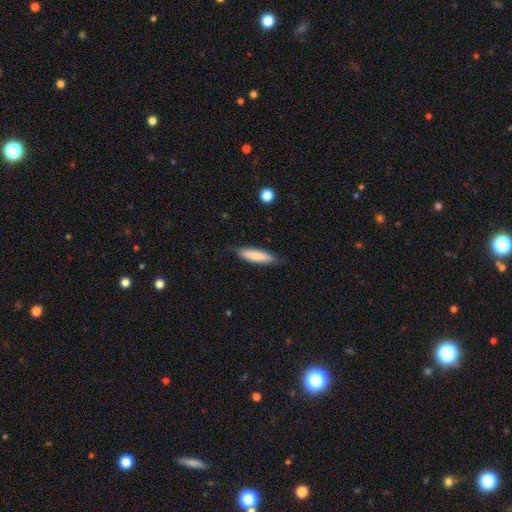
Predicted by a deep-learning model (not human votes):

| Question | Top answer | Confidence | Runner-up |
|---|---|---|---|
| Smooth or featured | smooth | 82% | featured or disk (12%) |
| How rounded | cigar-shaped | 68% | in between (31%) |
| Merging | none | 81% | minor disturbance (15%) |